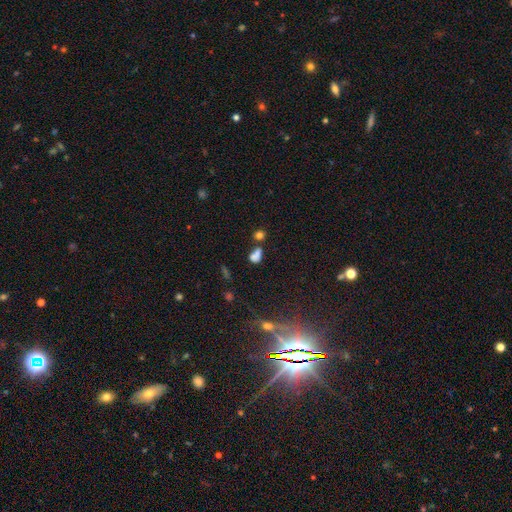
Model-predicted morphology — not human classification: smooth_or_featured: smooth (p=0.71) [alt: star or artifact p=0.18]
how_rounded: in between (p=0.64) [alt: round p=0.31]
merging: merger (p=0.40) [alt: none p=0.37]